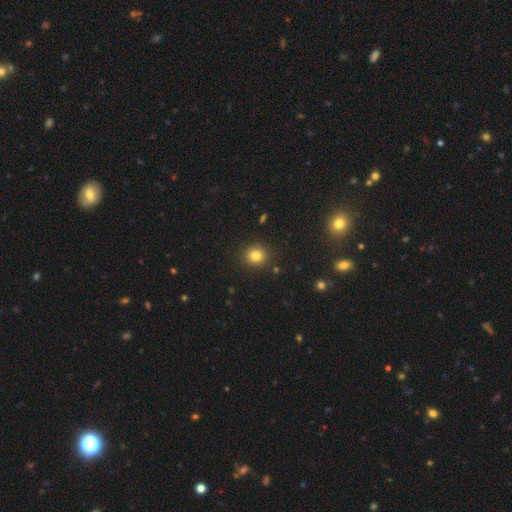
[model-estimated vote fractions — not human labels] Morphology: type=smooth (81%); roundness=round (83%); merging=none (88%).